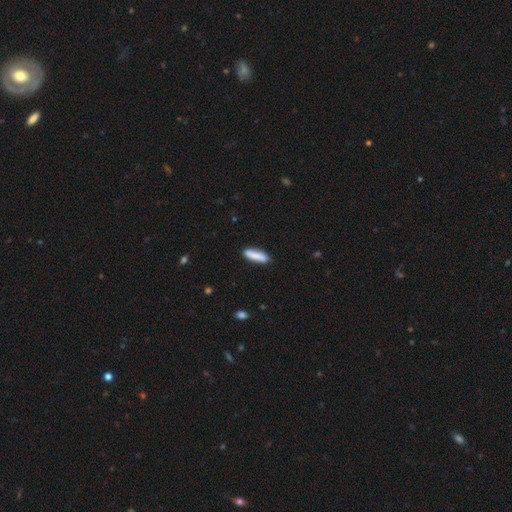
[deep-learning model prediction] Q: Smooth or featured?
A: smooth (84%); runner-up: featured or disk (10%)
Q: How rounded?
A: cigar-shaped (71%); runner-up: in between (27%)
Q: Merging?
A: none (85%); runner-up: minor disturbance (11%)